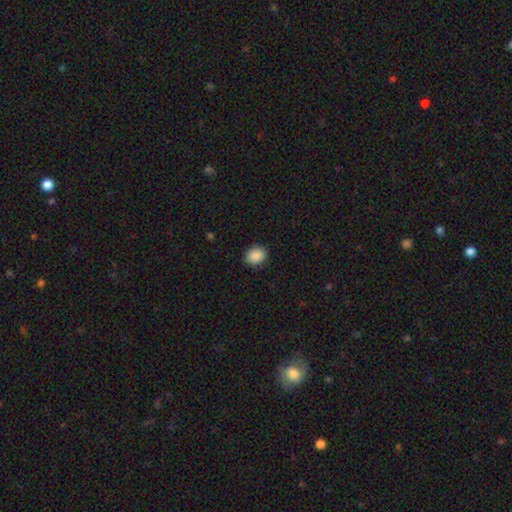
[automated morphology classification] Smooth or featured? smooth (89%)
How rounded? in between (50%)
Merging? none (89%)